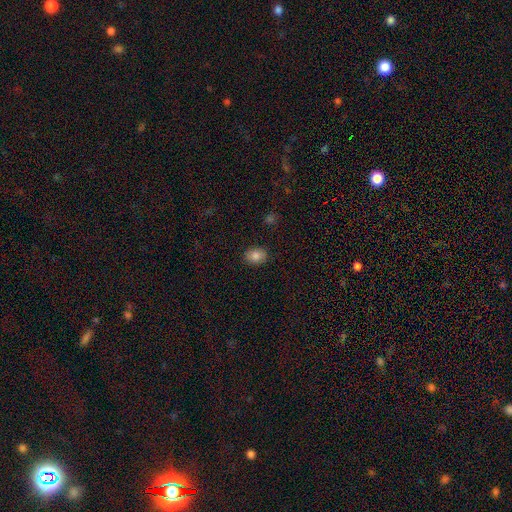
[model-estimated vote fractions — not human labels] Smooth or featured?
  - smooth: 83% *
  - star or artifact: 9%
  - featured or disk: 8%
How rounded?
  - in between: 65% *
  - round: 34%
  - cigar-shaped: 1%
Merging?
  - none: 89% *
  - minor disturbance: 8%
  - major disturbance: 2%
  - merger: 1%